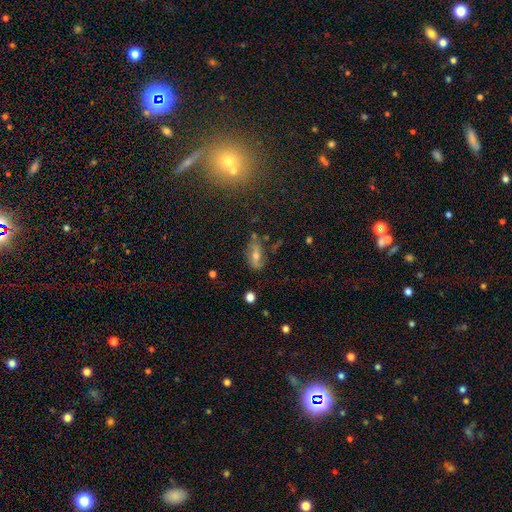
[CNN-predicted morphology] A featured or disk galaxy (41%).

Vote fractions:
- Smooth or featured? featured or disk: 41% / smooth: 37% / star or artifact: 22%
- Merging? none: 69% / minor disturbance: 19% / major disturbance: 7% / merger: 4%